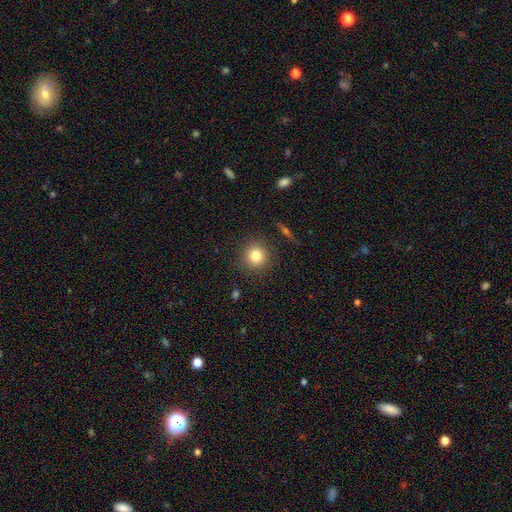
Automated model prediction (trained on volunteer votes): Smooth or featured? Predicted: smooth (p=0.82). How rounded? Predicted: round (p=0.90). Merging? Predicted: none (p=0.88).